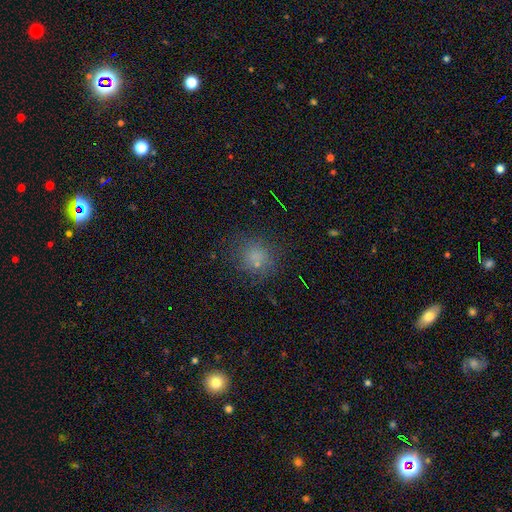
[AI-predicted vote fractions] smooth-or-featured: smooth: 72% | star or artifact: 19% | featured or disk: 8%
  how-rounded: round: 83% | in between: 16% | cigar-shaped: 1%
  merging: none: 77% | minor disturbance: 14% | major disturbance: 6% | merger: 3%